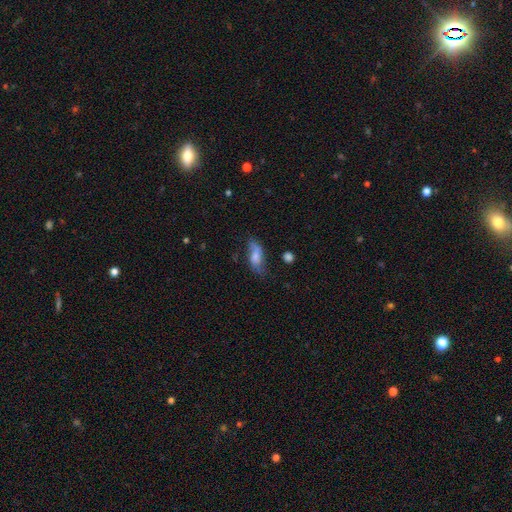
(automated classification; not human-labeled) smooth-or-featured: smooth: 53% | featured or disk: 39% | star or artifact: 8%
  how-rounded: in between: 79% | cigar-shaped: 17% | round: 4%
  merging: none: 56% | minor disturbance: 29% | major disturbance: 12% | merger: 3%